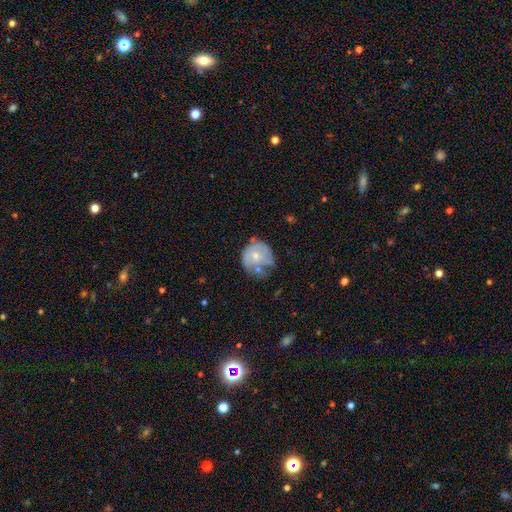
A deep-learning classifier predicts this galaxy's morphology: Smooth or featured?
  - smooth: 51% *
  - featured or disk: 42%
  - star or artifact: 7%
How rounded?
  - round: 77% *
  - in between: 22%
  - cigar-shaped: 1%
Merging?
  - none: 37% *
  - minor disturbance: 30%
  - major disturbance: 18%
  - merger: 15%